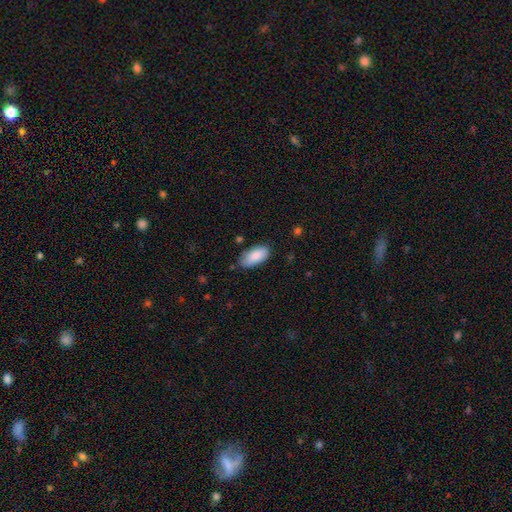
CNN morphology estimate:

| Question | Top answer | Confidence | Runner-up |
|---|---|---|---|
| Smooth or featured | smooth | 87% | featured or disk (7%) |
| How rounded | in between | 92% | cigar-shaped (6%) |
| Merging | none | 76% | minor disturbance (19%) |